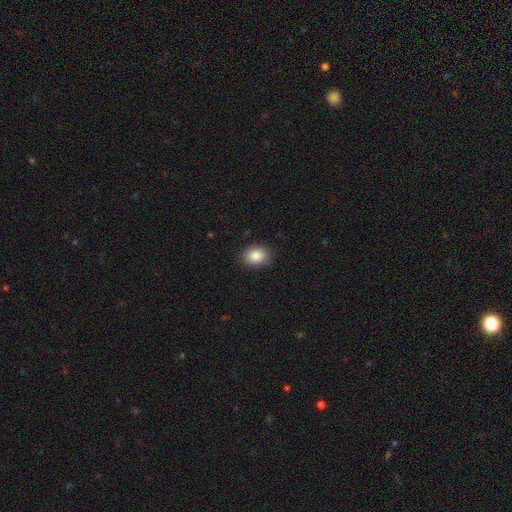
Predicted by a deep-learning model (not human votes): Overall: smooth (87%). How rounded: in between (62%; round 37%). Merging: none (86%).